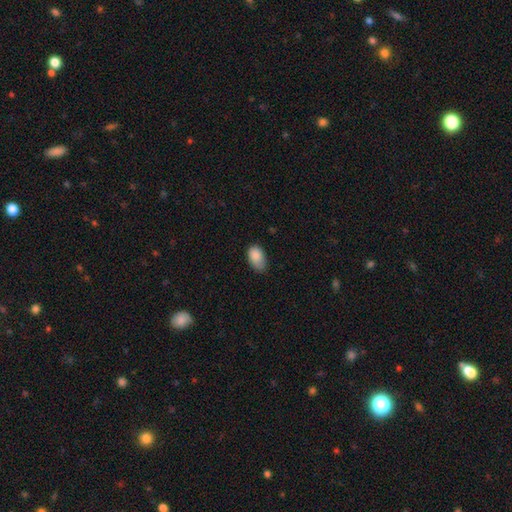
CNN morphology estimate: Smooth or featured? smooth (87%)
How rounded? in between (90%)
Merging? none (53%)